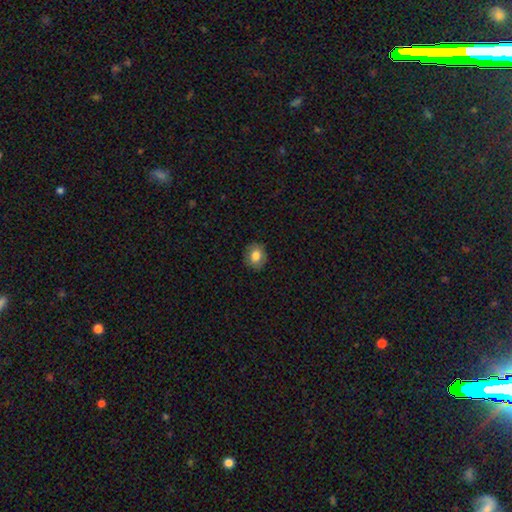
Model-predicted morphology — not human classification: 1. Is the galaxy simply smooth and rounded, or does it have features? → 80% smooth, 11% featured or disk, 8% star or artifact.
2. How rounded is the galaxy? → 56% round, 43% in between, 1% cigar-shaped.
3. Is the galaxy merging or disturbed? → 86% none, 10% minor disturbance, 3% major disturbance, 1% merger.